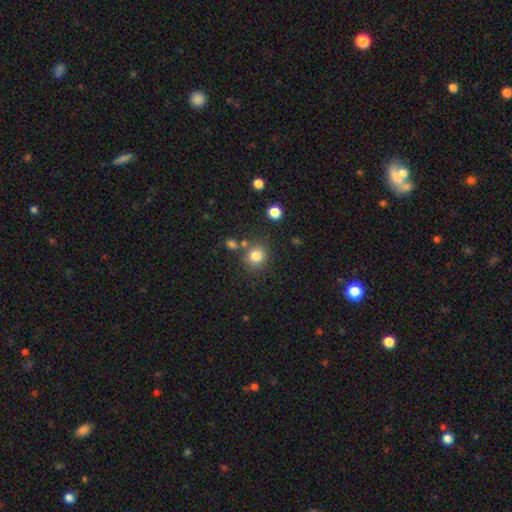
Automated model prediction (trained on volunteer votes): Smooth or featured? Predicted: smooth (p=0.81). How rounded? Predicted: round (p=0.86). Merging? Predicted: none (p=0.77).